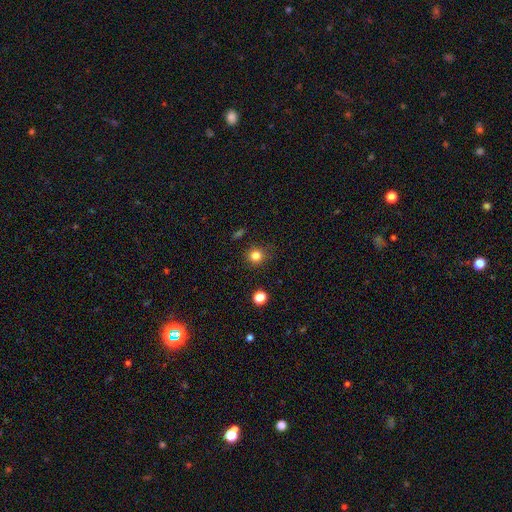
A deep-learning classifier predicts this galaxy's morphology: smooth 82%, star or artifact 13%, featured or disk 5%. Down the decision tree: how rounded — round (90%); merging — none (85%).